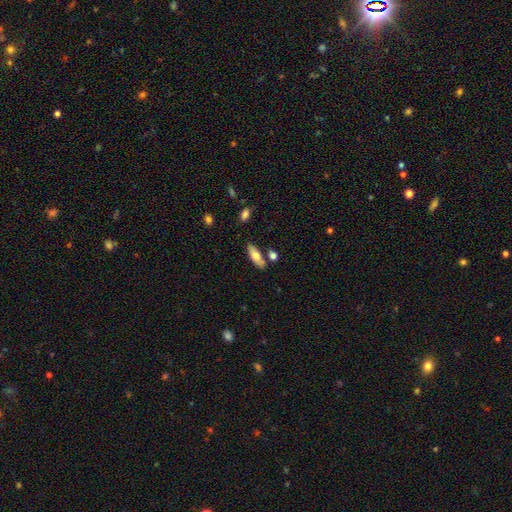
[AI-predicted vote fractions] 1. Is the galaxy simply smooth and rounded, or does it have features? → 67% smooth, 27% featured or disk, 6% star or artifact.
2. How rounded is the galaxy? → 64% in between, 33% cigar-shaped, 2% round.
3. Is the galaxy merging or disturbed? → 77% none, 12% minor disturbance, 9% merger, 3% major disturbance.